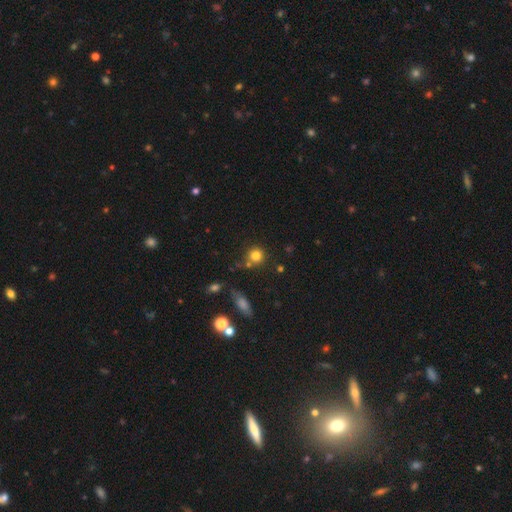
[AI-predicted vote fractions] A smooth galaxy with no disk features (79%) that is round (89%).

Vote fractions:
- Smooth or featured? smooth: 79% / star or artifact: 13% / featured or disk: 8%
- How rounded? round: 89% / in between: 10% / cigar-shaped: 1%
- Merging? none: 68% / merger: 15% / minor disturbance: 13% / major disturbance: 5%